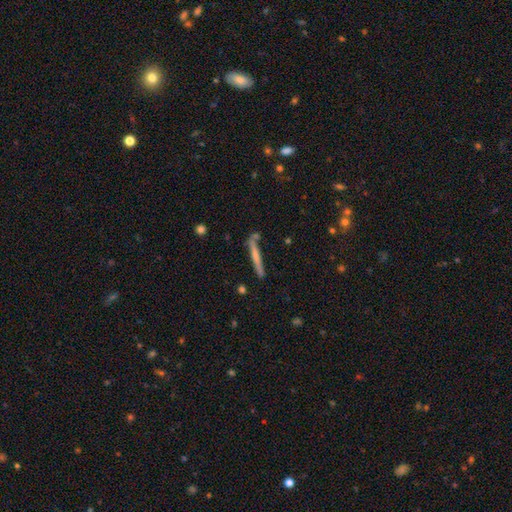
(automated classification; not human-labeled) A smooth galaxy with no disk features (52%) that is cigar-shaped (96%). Merging: none (78%).